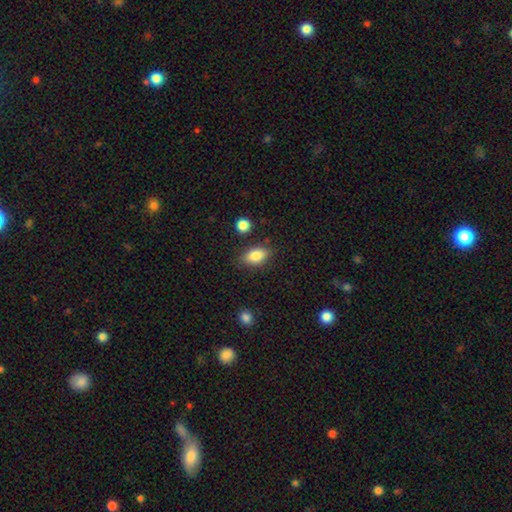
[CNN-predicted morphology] The model was most divided on "merging": none: 81%, minor disturbance: 13%, merger: 3%, major disturbance: 3%. More confident: how rounded — in between (86%); smooth or featured — smooth (84%).